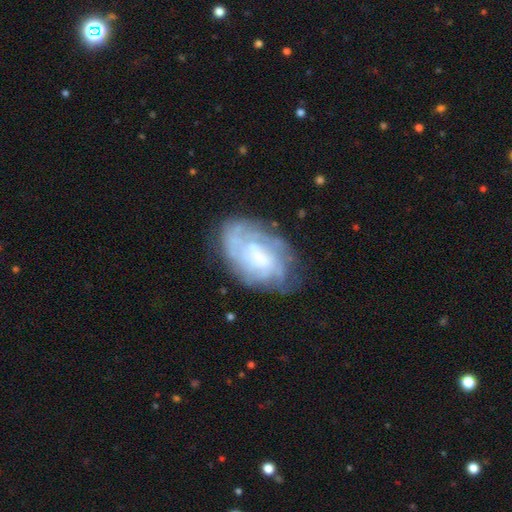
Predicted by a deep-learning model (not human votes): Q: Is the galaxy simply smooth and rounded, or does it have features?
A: featured or disk — 66%.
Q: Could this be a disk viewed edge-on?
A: no — 96%.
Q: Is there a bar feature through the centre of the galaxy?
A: no — 63%.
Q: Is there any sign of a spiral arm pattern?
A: yes — 73%.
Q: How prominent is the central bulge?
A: small — 30%, tied with none.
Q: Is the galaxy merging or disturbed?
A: none — 64%.